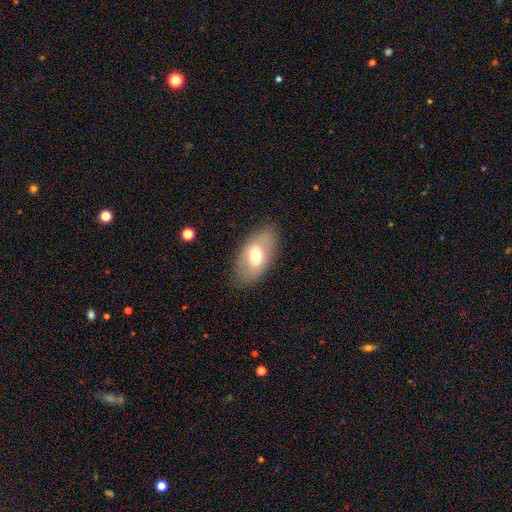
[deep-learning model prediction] The model was most divided on "smooth or featured": smooth: 63%, featured or disk: 29%, star or artifact: 8%. More confident: how rounded — in between (91%); merging — none (82%).